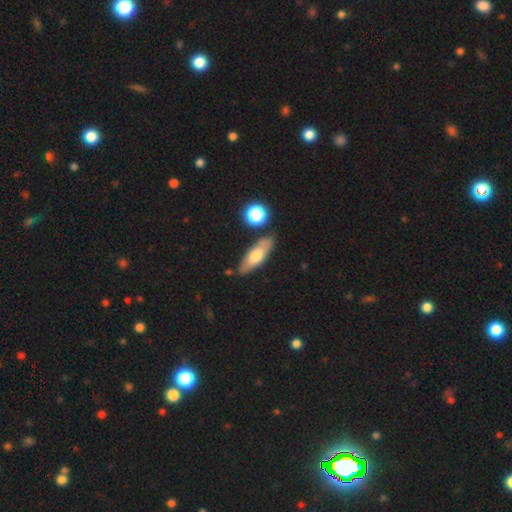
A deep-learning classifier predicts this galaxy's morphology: Smooth or featured: smooth — 58% (featured or disk — 36%)
How rounded: in between — 59% (cigar-shaped — 37%)
Merging: none — 77% (minor disturbance — 13%)